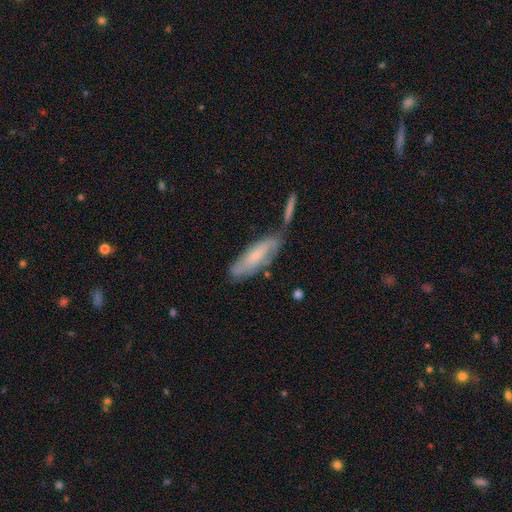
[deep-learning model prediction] smooth-or-featured: featured or disk: 47% | smooth: 46% | star or artifact: 7%
  merging: none: 50% | minor disturbance: 22% | merger: 21% | major disturbance: 8%